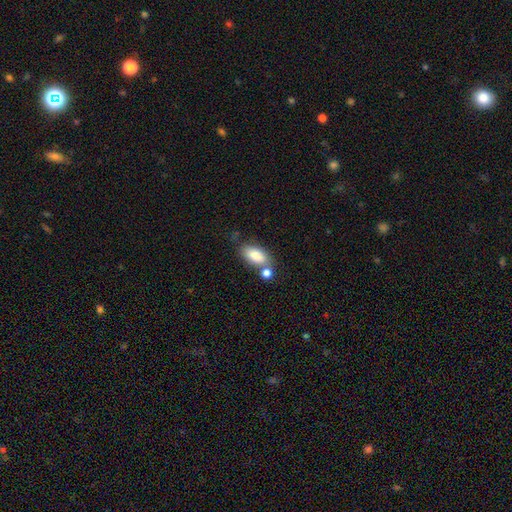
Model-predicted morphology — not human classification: smooth-or-featured: smooth: 82% | featured or disk: 11% | star or artifact: 7%
  how-rounded: in between: 89% | cigar-shaped: 5% | round: 5%
  merging: none: 56% | merger: 25% | minor disturbance: 14% | major disturbance: 5%